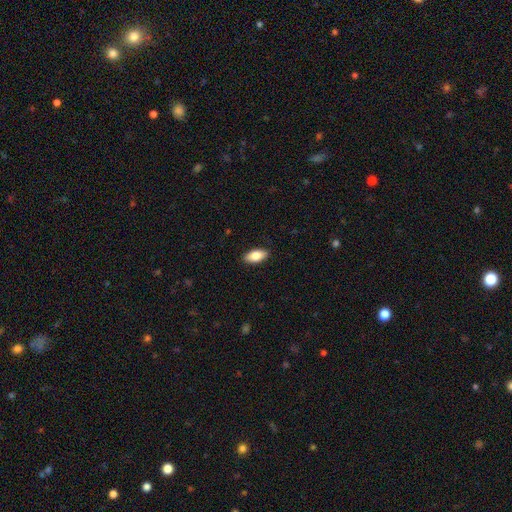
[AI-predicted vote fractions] This is clearly a smooth galaxy (82%). How rounded: clearly in between (90%). Merging: clearly none (89%).